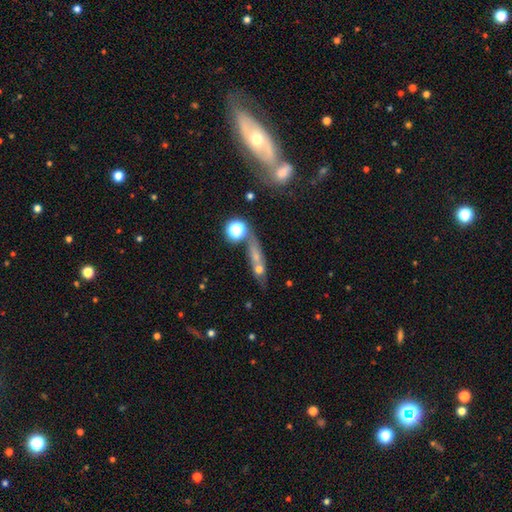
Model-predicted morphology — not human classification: Q: Smooth or featured?
A: smooth (44%); runner-up: featured or disk (34%)
Q: Merging?
A: none (52%); runner-up: merger (24%)